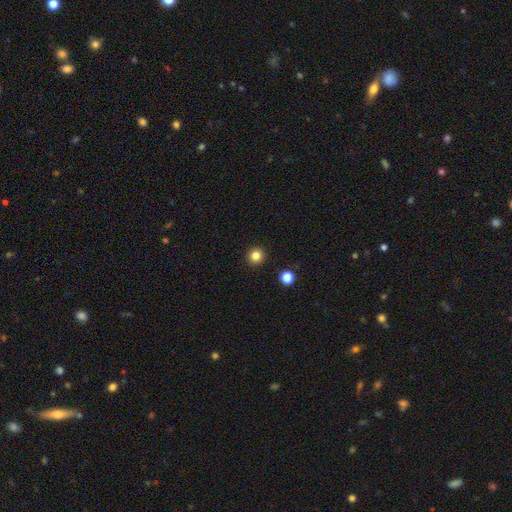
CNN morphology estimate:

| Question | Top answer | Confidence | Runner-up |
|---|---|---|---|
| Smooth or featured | smooth | 83% | star or artifact (12%) |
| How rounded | round | 94% | in between (5%) |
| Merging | none | 93% | minor disturbance (4%) |